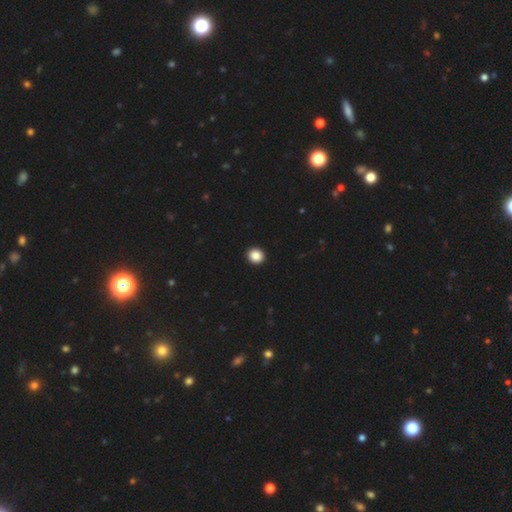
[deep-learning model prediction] This appears to be a smooth galaxy with no disk features (87%) that is round (85%). Merging: none (94%).